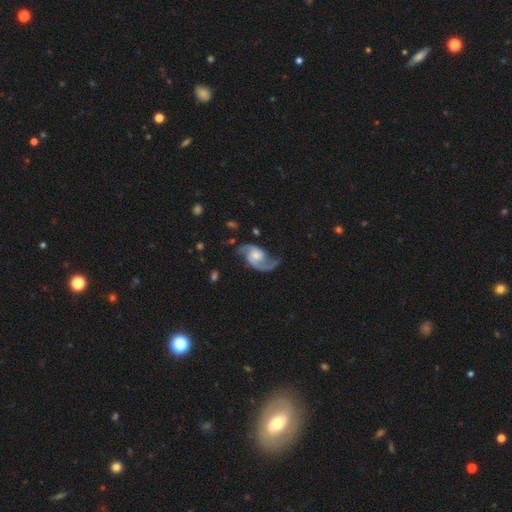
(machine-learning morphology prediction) featured or disk 91%, smooth 5%, star or artifact 4%. Down the decision tree: edge-on disk — no (98%); bar — no (61%); spiral arms — yes (98%); spiral arm count — 2 (93%); spiral winding — loose (51%); bulge size — moderate (45%); merging — none (74%).